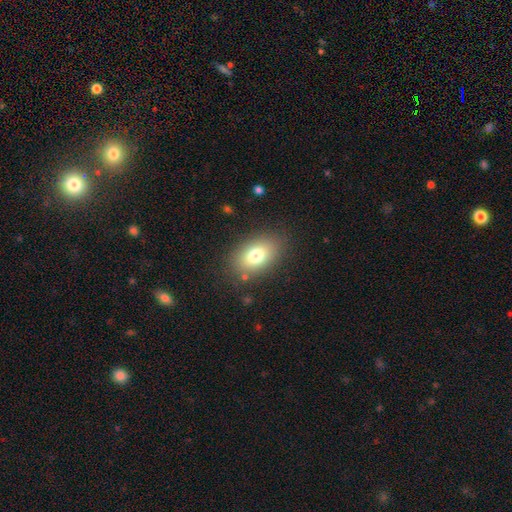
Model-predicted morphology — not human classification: This appears to be a smooth galaxy with no disk features (76%) that is in between round and cigar-shaped (86%). Merging: none (83%).